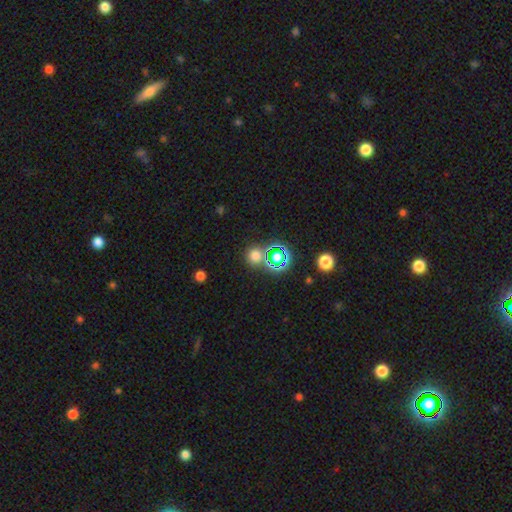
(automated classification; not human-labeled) Smooth or featured? Predicted: smooth (p=0.61). How rounded? Predicted: round (p=0.89). Merging? Predicted: none (p=0.76).